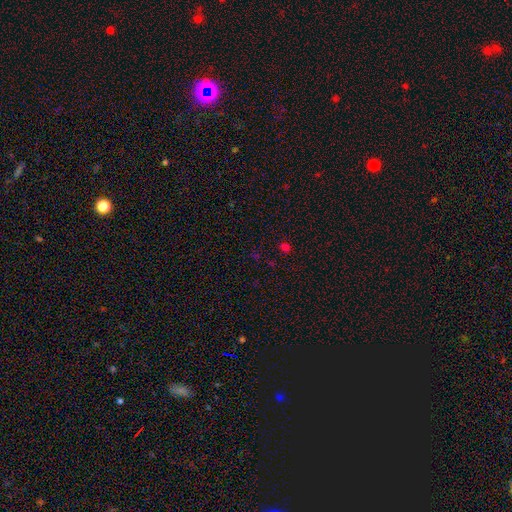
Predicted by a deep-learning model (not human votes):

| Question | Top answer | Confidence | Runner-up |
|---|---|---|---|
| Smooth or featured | star or artifact | 52% | smooth (42%) |